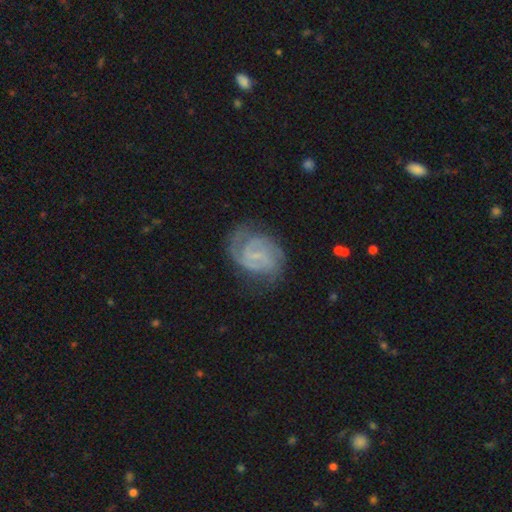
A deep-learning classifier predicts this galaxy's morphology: smooth_or_featured: featured or disk (p=0.83) [alt: smooth p=0.10]
disk_edge_on: no (p=0.98) [alt: yes p=0.02]
bar: weak (p=0.47) [alt: no p=0.39]
has_spiral_arms: yes (p=0.97) [alt: no p=0.03]
spiral_winding: tight (p=0.55) [alt: medium p=0.37]
spiral_arm_count: 2 (p=0.61) [alt: 3 p=0.15]
bulge_size: small (p=0.59) [alt: none p=0.30]
merging: none (p=0.71) [alt: minor disturbance p=0.18]